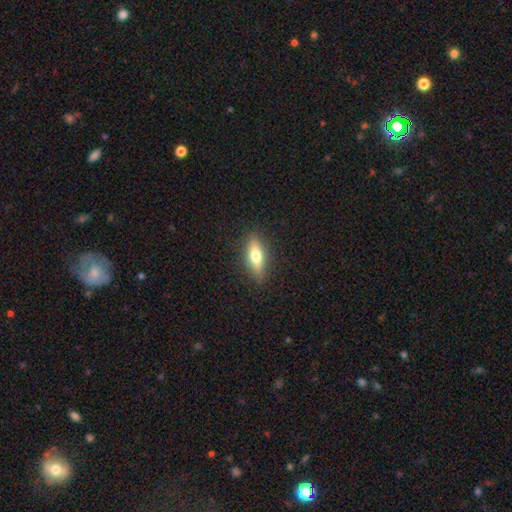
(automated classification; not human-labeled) A smooth galaxy with no disk features (59%) that is in between round and cigar-shaped (53%). Merging: none (87%).